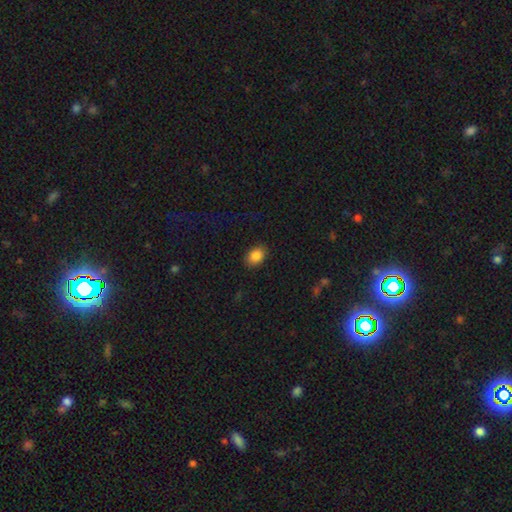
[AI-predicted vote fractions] A smooth galaxy with no disk features (87%) that is in between round and cigar-shaped (73%). Merging: none (88%).